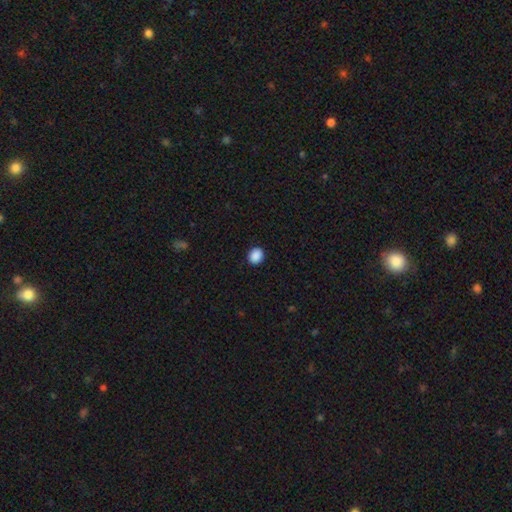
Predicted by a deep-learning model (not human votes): smooth_or_featured: smooth (p=0.89) [alt: star or artifact p=0.08]
how_rounded: round (p=0.63) [alt: in between p=0.36]
merging: none (p=0.90) [alt: minor disturbance p=0.07]